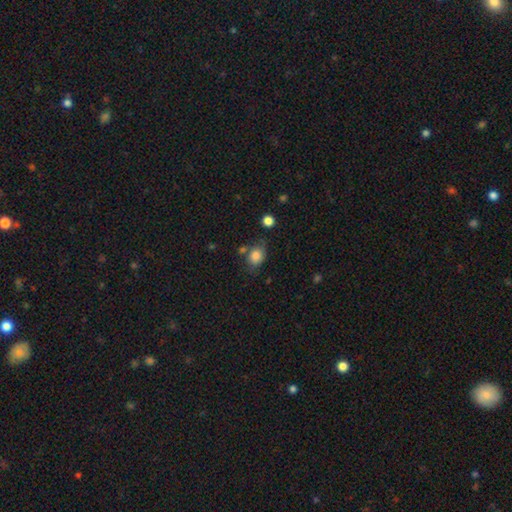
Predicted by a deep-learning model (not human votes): This is clearly a smooth galaxy (82%). How rounded: possibly round (53%). Merging: possibly none (59%).